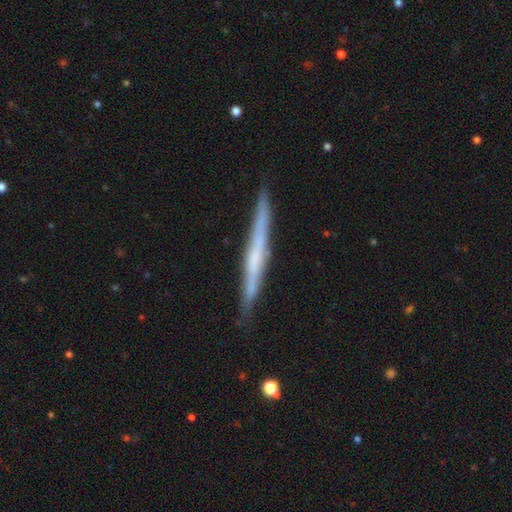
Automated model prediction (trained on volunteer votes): A featured or disk galaxy (59%) viewed edge-on (97%) with no central bulge (76%).

Vote fractions:
- Smooth or featured? featured or disk: 59% / smooth: 35% / star or artifact: 6%
- Edge-on disk? yes: 97% / no: 3%
- Edge-on bulge? none: 76% / rounded: 16% / boxy: 9%
- Merging? none: 87% / minor disturbance: 10% / major disturbance: 2% / merger: 1%